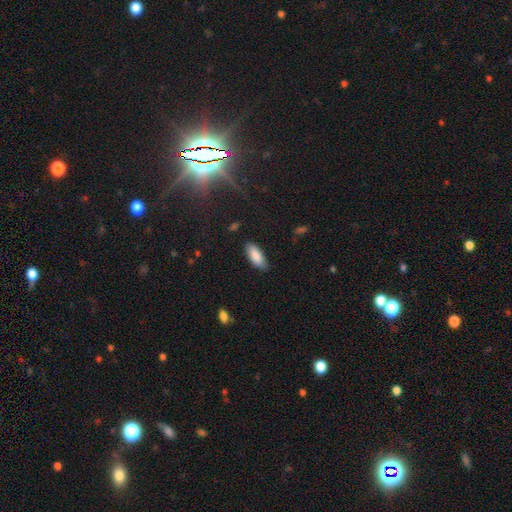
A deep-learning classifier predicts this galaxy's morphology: The model was most divided on "how rounded": in between: 80%, cigar-shaped: 18%, round: 2%. More confident: smooth or featured — smooth (87%); merging — none (82%).